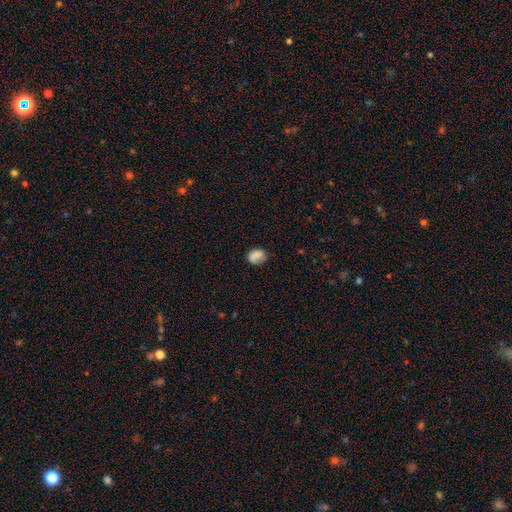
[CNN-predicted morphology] A smooth galaxy with no disk features (77%) that is in between round and cigar-shaped (56%).

Vote fractions:
- Smooth or featured? smooth: 77% / featured or disk: 14% / star or artifact: 9%
- How rounded? in between: 56% / round: 43% / cigar-shaped: 1%
- Merging? none: 61% / minor disturbance: 25% / major disturbance: 10% / merger: 4%